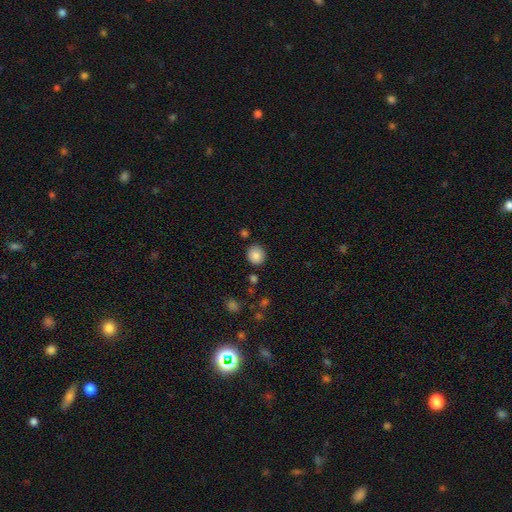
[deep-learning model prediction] smooth_or_featured: smooth (p=0.84) [alt: star or artifact p=0.09]
how_rounded: round (p=0.86) [alt: in between p=0.13]
merging: none (p=0.86) [alt: minor disturbance p=0.09]